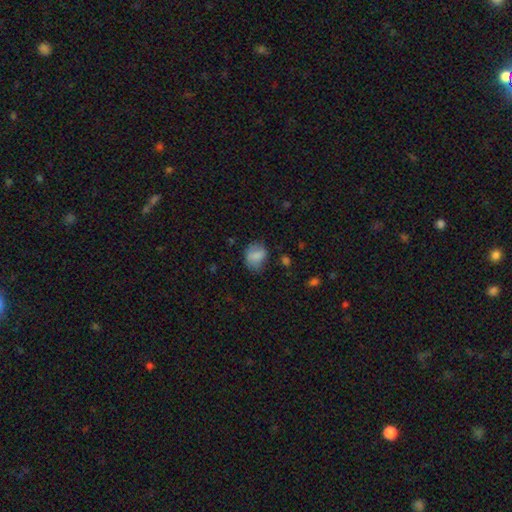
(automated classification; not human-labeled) Overall: smooth (77%). How rounded: round (51%; in between 48%). Merging: none (58%; minor disturbance 28%).